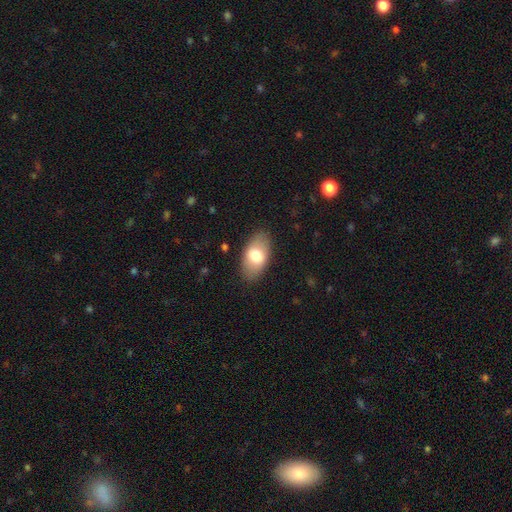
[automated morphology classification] Smooth or featured? smooth (73%)
How rounded? in between (93%)
Merging? none (85%)